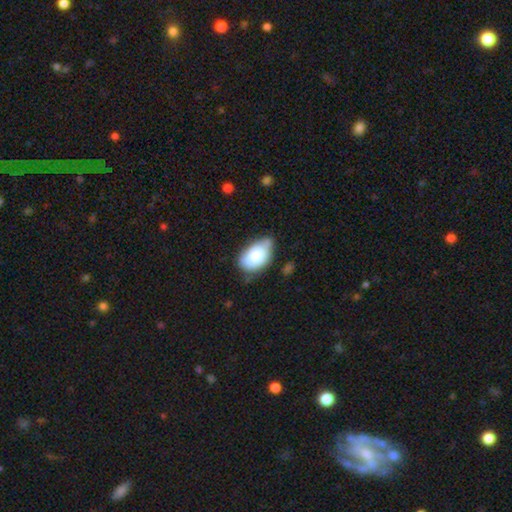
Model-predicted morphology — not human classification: This appears to be a smooth galaxy with no disk features (79%) that is in between round and cigar-shaped (91%). Merging: none (50%).